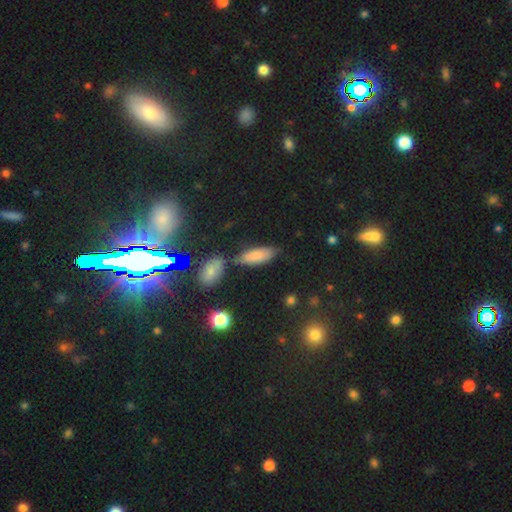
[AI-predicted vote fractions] smooth 76%, star or artifact 12%, featured or disk 11%. Down the decision tree: how rounded — in between (69%); merging — none (65%).